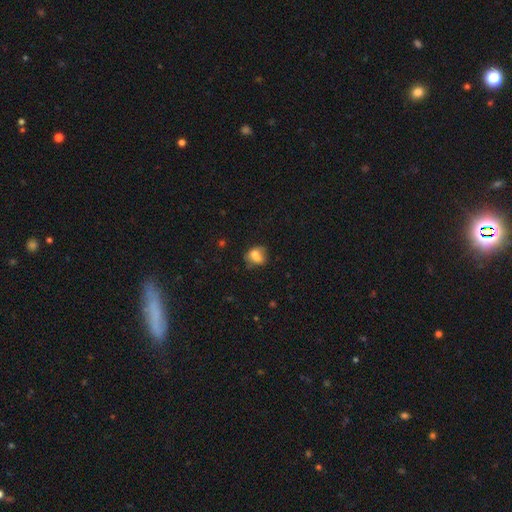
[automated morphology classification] Q: Smooth or featured?
A: smooth (70%); runner-up: featured or disk (20%)
Q: How rounded?
A: in between (52%); runner-up: round (46%)
Q: Merging?
A: none (45%); runner-up: merger (25%)